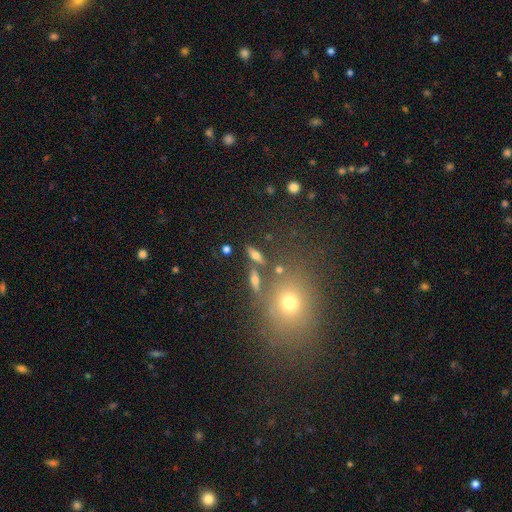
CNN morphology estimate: Q: Smooth or featured?
A: smooth (50%); runner-up: featured or disk (38%)
Q: Merging?
A: none (75%); runner-up: minor disturbance (11%)